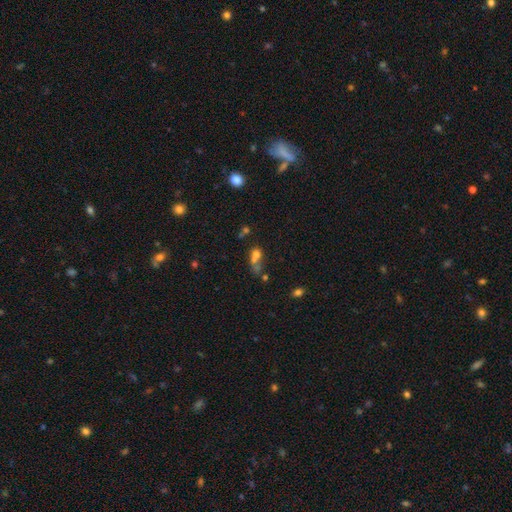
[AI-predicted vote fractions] Q: Smooth or featured?
A: smooth (63%); runner-up: star or artifact (19%)
Q: How rounded?
A: in between (50%); runner-up: round (44%)
Q: Merging?
A: merger (52%); runner-up: none (26%)